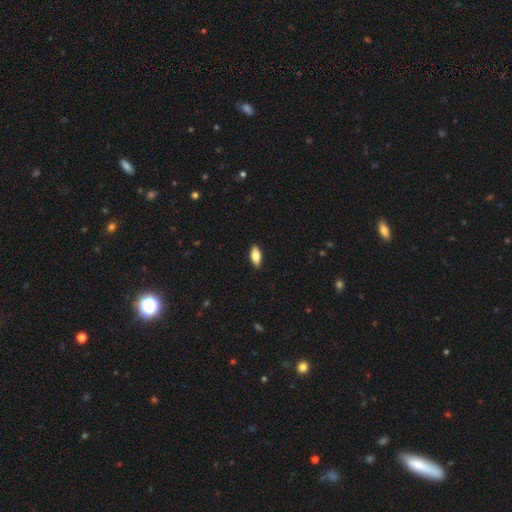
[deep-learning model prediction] This is likely a smooth galaxy (75%). How rounded: clearly in between (81%). Merging: clearly none (89%).